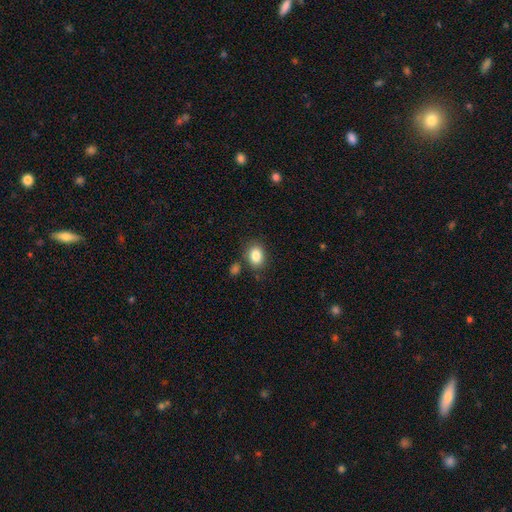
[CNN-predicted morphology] smooth 85%, star or artifact 9%, featured or disk 6%. Down the decision tree: how rounded — in between (65%); merging — none (78%).